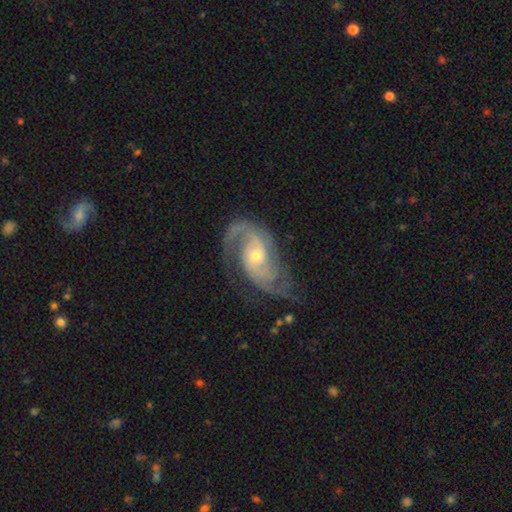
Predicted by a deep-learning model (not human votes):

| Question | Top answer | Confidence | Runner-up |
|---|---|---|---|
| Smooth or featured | featured or disk | 91% | star or artifact (5%) |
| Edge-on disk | no | 97% | yes (3%) |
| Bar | no | 59% | weak (31%) |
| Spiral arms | yes | 98% | no (2%) |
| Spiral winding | medium | 49% | tight (36%) |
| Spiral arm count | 2 | 62% | 3 (17%) |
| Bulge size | small | 54% | moderate (42%) |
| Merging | none | 67% | minor disturbance (20%) |